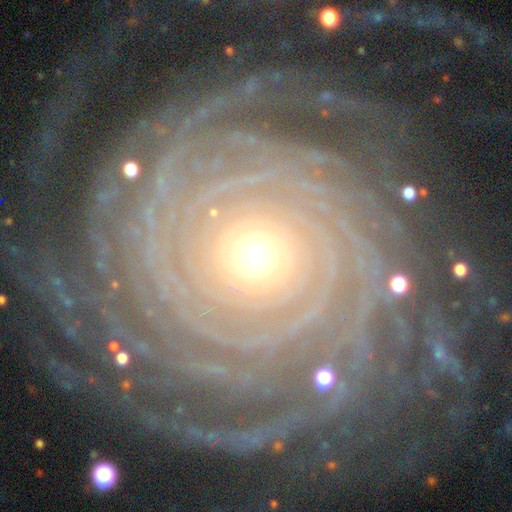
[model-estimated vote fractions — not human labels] A featured or disk galaxy (91%) with no bar (79%), more than 4 (29%) tight (88%) spiral arms (98%) and a small central bulge (54%). Merging: none (78%).